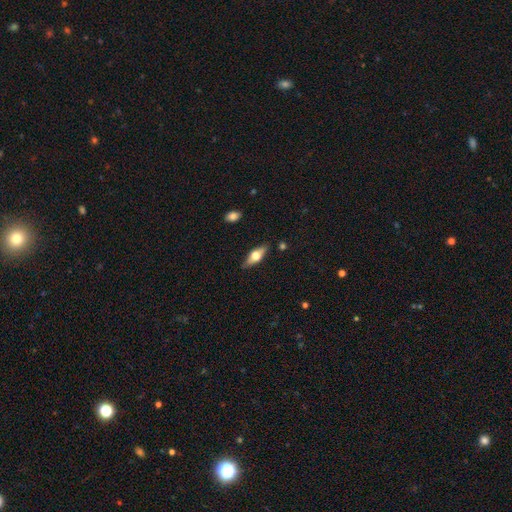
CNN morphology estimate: Smooth or featured?
  - featured or disk: 50% *
  - smooth: 43%
  - star or artifact: 6%
Edge-on disk?
  - yes: 88% *
  - no: 12%
Merging?
  - none: 84% *
  - minor disturbance: 12%
  - major disturbance: 3%
  - merger: 2%